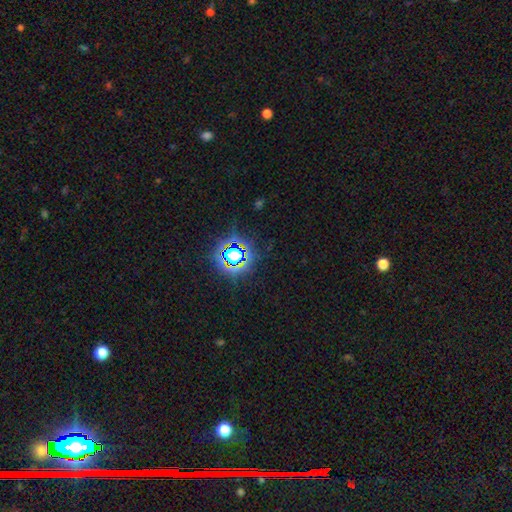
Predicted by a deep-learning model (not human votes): The model was most divided on "smooth or featured": star or artifact: 80%, smooth: 13%, featured or disk: 7%.